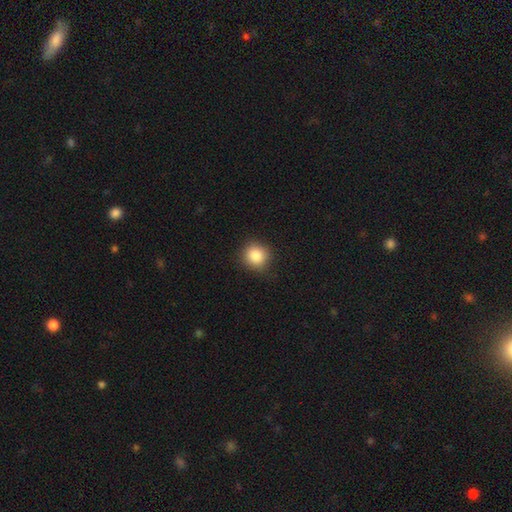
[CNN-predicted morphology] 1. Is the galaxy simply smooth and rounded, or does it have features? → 85% smooth, 10% star or artifact, 5% featured or disk.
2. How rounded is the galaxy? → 89% round, 10% in between, 1% cigar-shaped.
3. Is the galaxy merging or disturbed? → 87% none, 10% minor disturbance, 2% major disturbance, 1% merger.